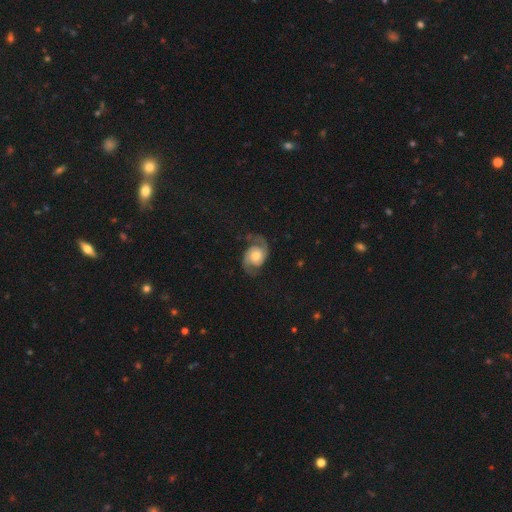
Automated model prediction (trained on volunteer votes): This is clearly a featured or disk galaxy (84%). It is clearly not viewed edge-on (98%). Bar: likely no (72%). Spiral arm pattern: clearly yes (96%). Spiral arm count: clearly 2 (93%). Spiral winding: possibly medium (49%). Central bulge: likely moderate (63%). Merging: likely none (73%).